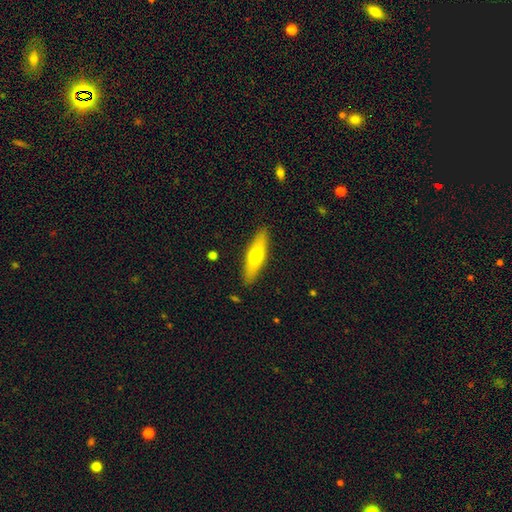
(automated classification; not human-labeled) The model was most divided on "smooth or featured": smooth: 56%, featured or disk: 38%, star or artifact: 6%. More confident: merging — none (88%); how rounded — cigar-shaped (67%).